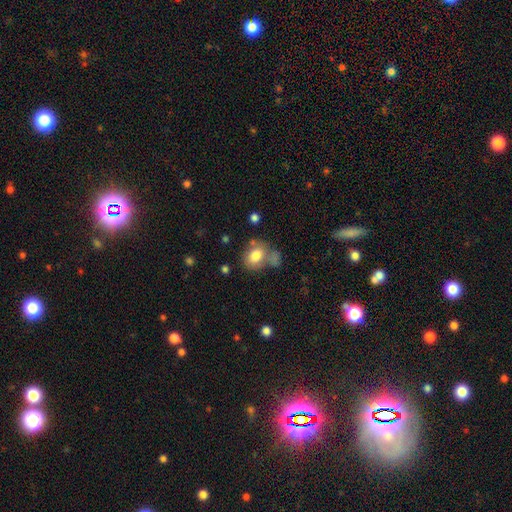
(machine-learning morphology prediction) smooth_or_featured: smooth (p=0.79) [alt: featured or disk p=0.13]
how_rounded: in between (p=0.61) [alt: round p=0.38]
merging: none (p=0.48) [alt: merger p=0.24]